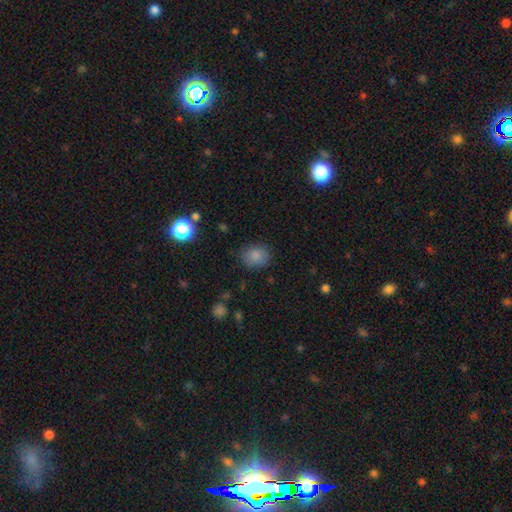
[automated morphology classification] Smooth or featured: smooth — 83% (star or artifact — 11%)
How rounded: round — 57% (in between — 42%)
Merging: none — 80% (minor disturbance — 14%)